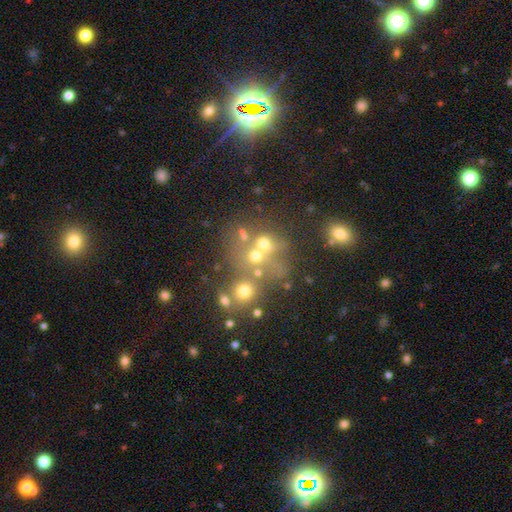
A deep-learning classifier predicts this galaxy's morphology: type=smooth (48%); merging=none (43%).